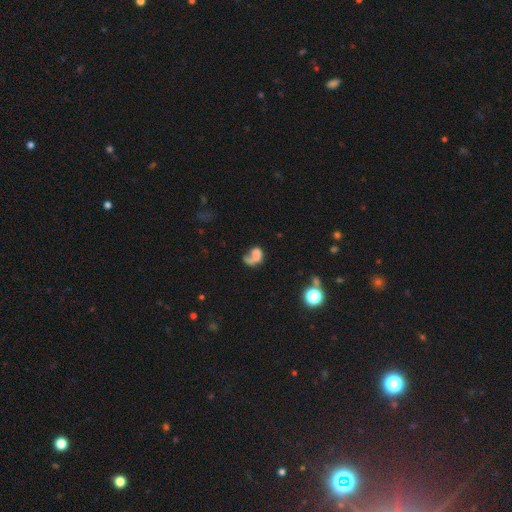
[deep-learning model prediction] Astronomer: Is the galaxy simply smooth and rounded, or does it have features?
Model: smooth — 45% (runner-up: featured or disk, 42%).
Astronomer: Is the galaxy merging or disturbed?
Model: major disturbance — 39% (runner-up: none, 25%).